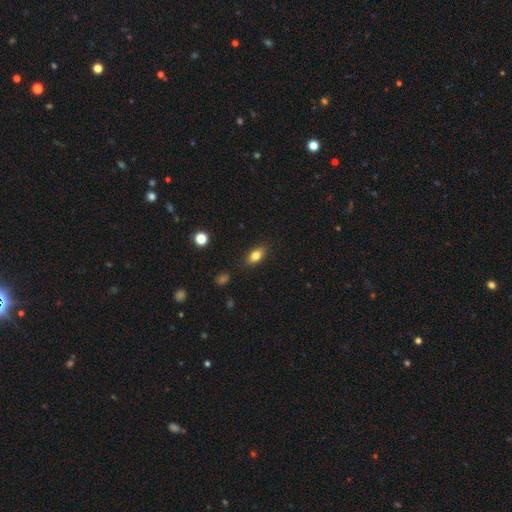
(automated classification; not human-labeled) This is clearly a smooth galaxy (80%). How rounded: clearly in between (85%). Merging: clearly none (85%).